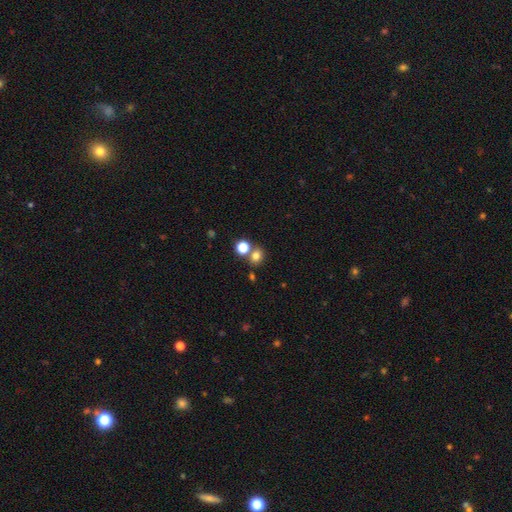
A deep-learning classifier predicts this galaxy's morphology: Smooth or featured? smooth (76%)
How rounded? round (73%)
Merging? none (63%)